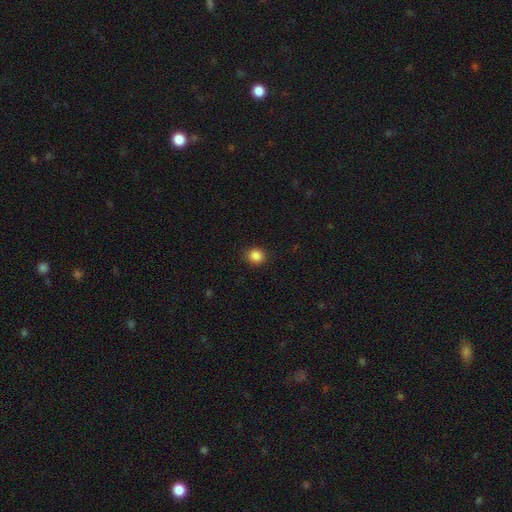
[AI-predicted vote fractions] A smooth galaxy with no disk features (87%) that is round (77%). Merging: none (90%).